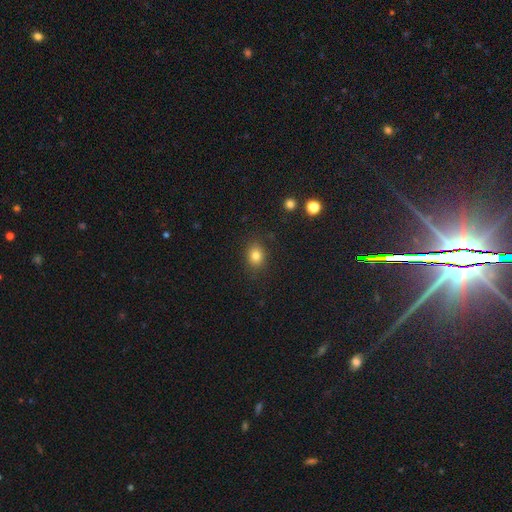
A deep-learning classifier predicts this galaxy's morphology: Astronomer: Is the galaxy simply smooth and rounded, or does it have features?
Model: smooth — 82%.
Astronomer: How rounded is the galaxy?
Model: round — 56% (runner-up: in between, 43%).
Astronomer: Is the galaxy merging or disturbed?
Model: none — 86%.